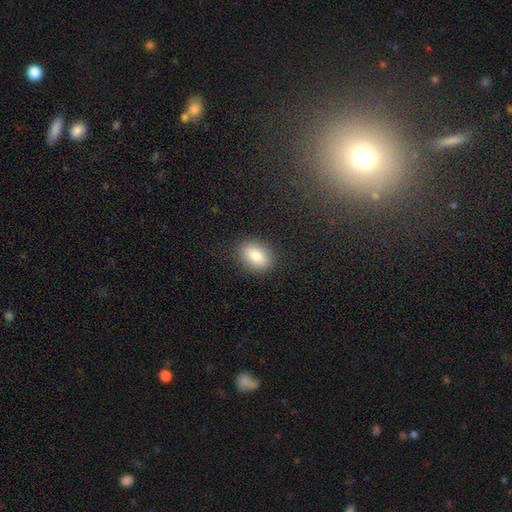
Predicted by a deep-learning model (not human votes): Morphology: type=smooth (81%); roundness=in between (73%); merging=none (87%).